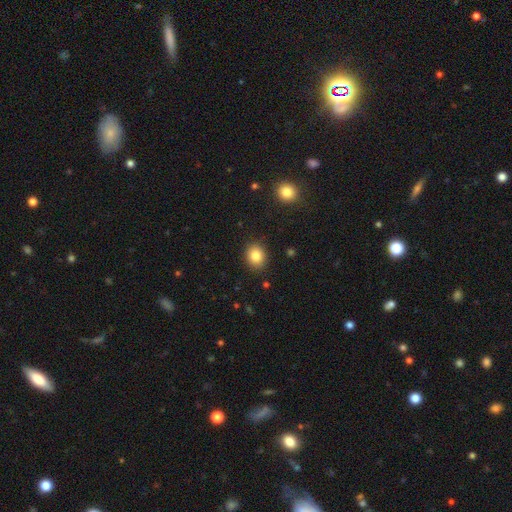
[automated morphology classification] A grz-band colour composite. It shows a smooth galaxy with no disk features (84%) that is round (63%). Merging: none (89%).